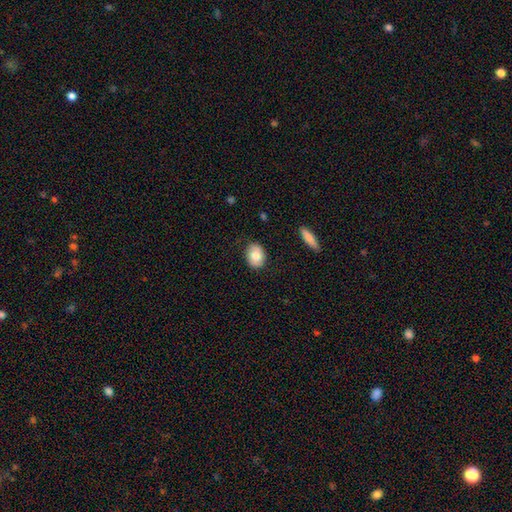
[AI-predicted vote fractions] smooth 78%, featured or disk 15%, star or artifact 7%. Down the decision tree: how rounded — in between (66%); merging — none (84%).